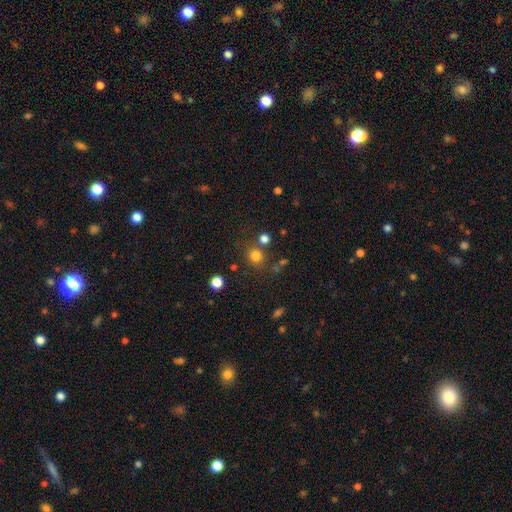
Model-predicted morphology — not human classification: A smooth galaxy with no disk features (79%) that is round (86%).

Vote fractions:
- Smooth or featured? smooth: 79% / star or artifact: 16% / featured or disk: 6%
- How rounded? round: 86% / in between: 13% / cigar-shaped: 1%
- Merging? none: 73% / merger: 12% / minor disturbance: 10% / major disturbance: 5%